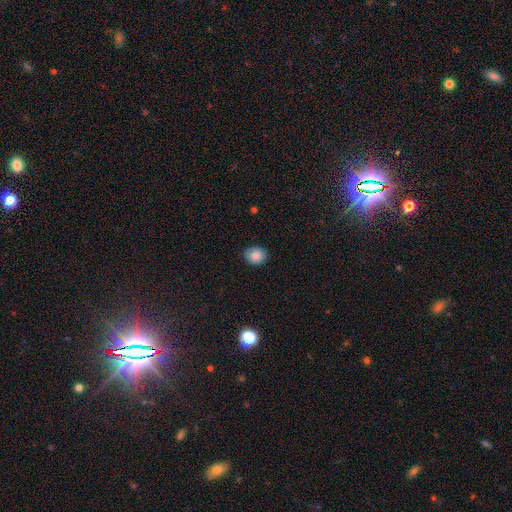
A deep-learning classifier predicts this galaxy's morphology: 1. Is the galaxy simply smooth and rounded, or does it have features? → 86% smooth, 9% star or artifact, 5% featured or disk.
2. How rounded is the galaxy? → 67% round, 32% in between, 1% cigar-shaped.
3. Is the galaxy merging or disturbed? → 85% none, 12% minor disturbance, 2% major disturbance, 1% merger.